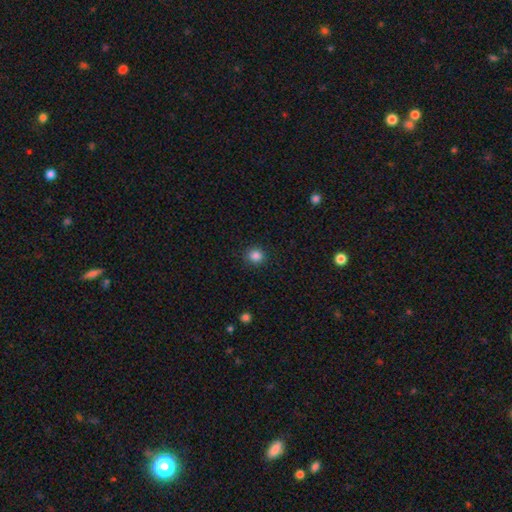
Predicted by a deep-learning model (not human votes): Smooth or featured?
  - smooth: 85% *
  - star or artifact: 12%
  - featured or disk: 4%
How rounded?
  - round: 90% *
  - in between: 9%
  - cigar-shaped: 1%
Merging?
  - none: 89% *
  - minor disturbance: 7%
  - major disturbance: 2%
  - merger: 1%